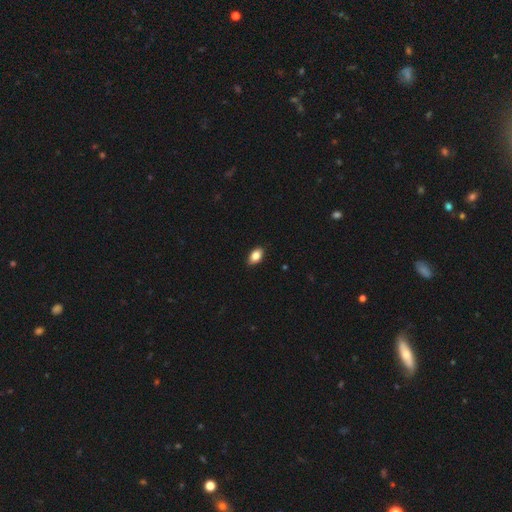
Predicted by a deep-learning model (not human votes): Smooth or featured?
  - smooth: 85% *
  - star or artifact: 8%
  - featured or disk: 7%
How rounded?
  - in between: 89% *
  - round: 9%
  - cigar-shaped: 2%
Merging?
  - none: 88% *
  - minor disturbance: 10%
  - major disturbance: 2%
  - merger: 1%